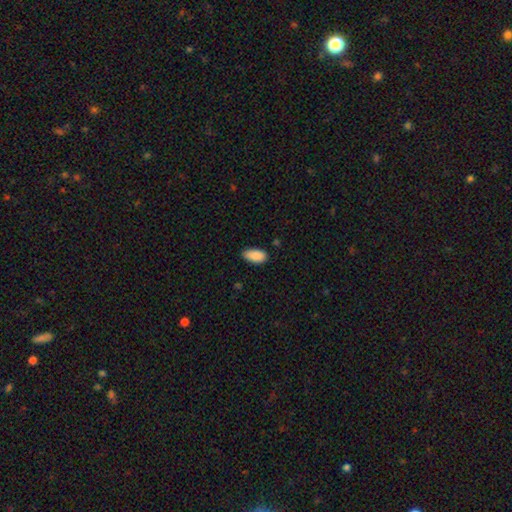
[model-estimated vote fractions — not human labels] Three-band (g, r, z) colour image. It shows a smooth galaxy with no disk features (89%) that is in between round and cigar-shaped (93%). Merging: none (72%).